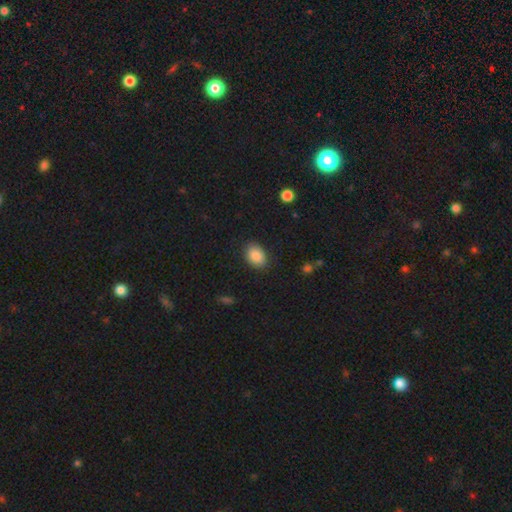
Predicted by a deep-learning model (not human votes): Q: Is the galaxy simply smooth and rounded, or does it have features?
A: smooth — 88%.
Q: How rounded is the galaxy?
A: in between — 76%.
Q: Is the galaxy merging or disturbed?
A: none — 86%.